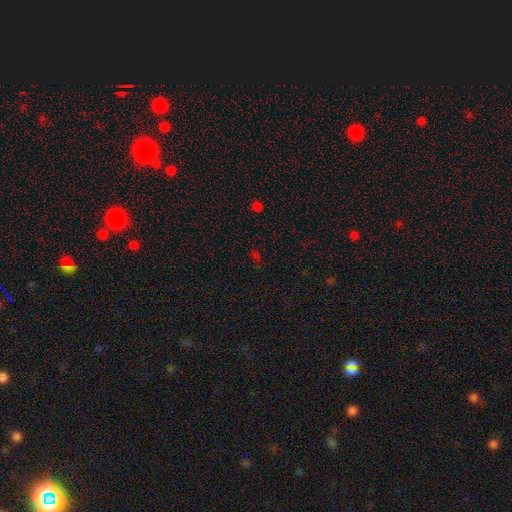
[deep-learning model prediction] star or artifact 57%, smooth 34%, featured or disk 9%.